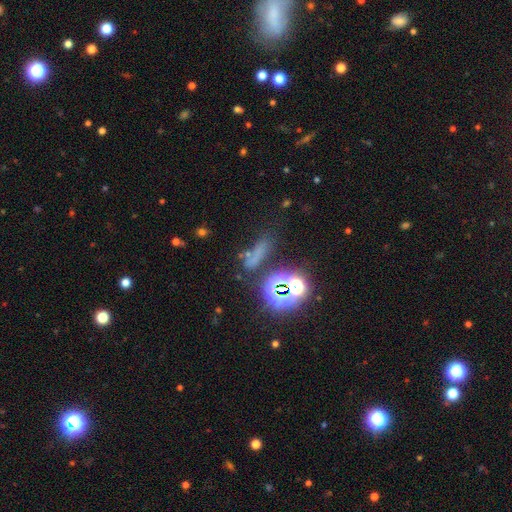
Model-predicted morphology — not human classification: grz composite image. It shows a smooth galaxy with no disk features (44%). Merging: none (56%).